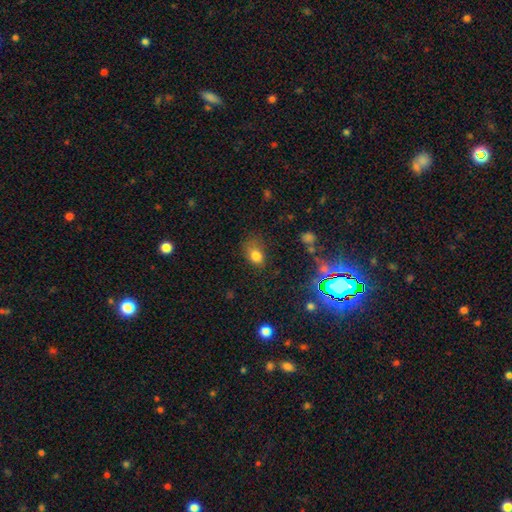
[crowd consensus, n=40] Volunteers were most divided on "merging": minor disturbance: 50%, none: 25%, major disturbance: 25%, merger: 0%. More confident: how rounded — in between (85%); smooth or featured — smooth (85%).